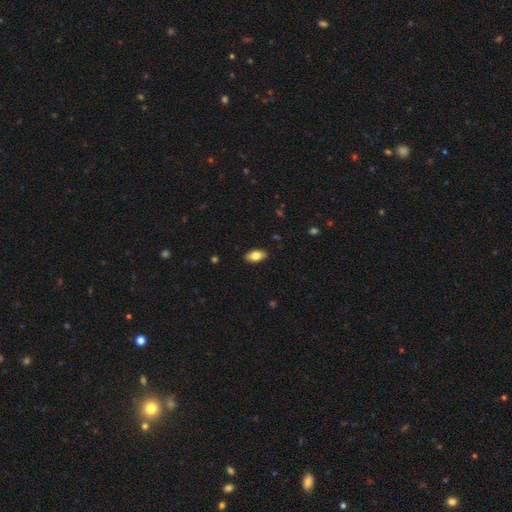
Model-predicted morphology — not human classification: A smooth galaxy with no disk features (80%) that is in between round and cigar-shaped (93%).

Vote fractions:
- Smooth or featured? smooth: 80% / featured or disk: 13% / star or artifact: 7%
- How rounded? in between: 93% / round: 4% / cigar-shaped: 3%
- Merging? none: 89% / minor disturbance: 8% / major disturbance: 2% / merger: 1%